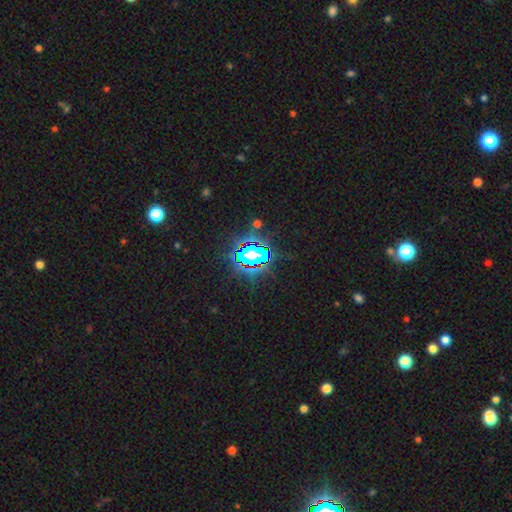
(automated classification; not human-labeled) Smooth or featured? star or artifact (77%)